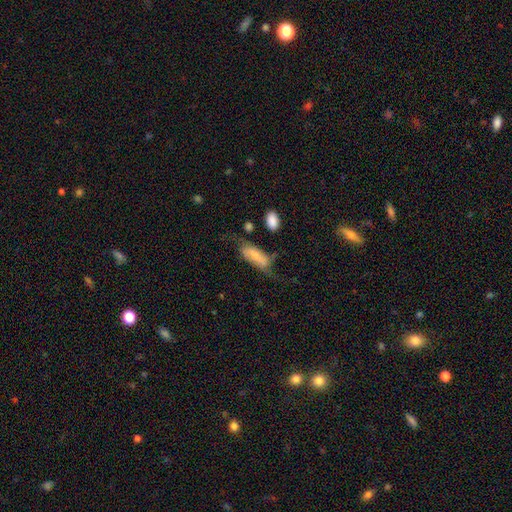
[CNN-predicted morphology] Smooth or featured?
  - smooth: 64% *
  - featured or disk: 28%
  - star or artifact: 8%
How rounded?
  - in between: 71% *
  - cigar-shaped: 25%
  - round: 3%
Merging?
  - none: 39% *
  - minor disturbance: 29%
  - major disturbance: 25%
  - merger: 7%